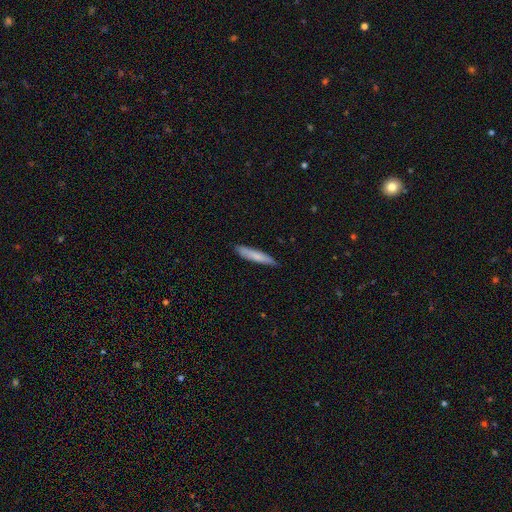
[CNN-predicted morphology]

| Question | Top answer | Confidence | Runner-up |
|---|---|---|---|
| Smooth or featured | smooth | 76% | featured or disk (18%) |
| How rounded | cigar-shaped | 90% | in between (8%) |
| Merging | none | 86% | minor disturbance (11%) |